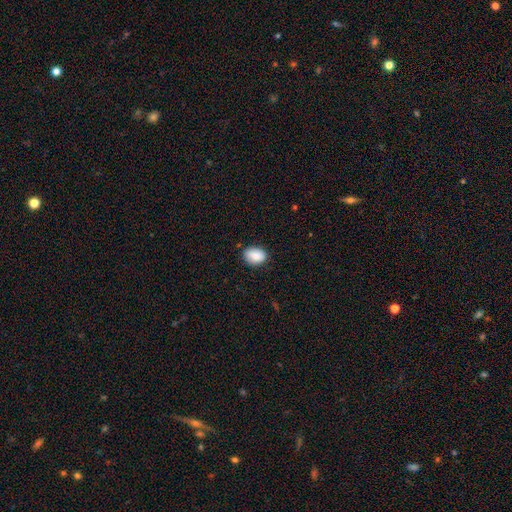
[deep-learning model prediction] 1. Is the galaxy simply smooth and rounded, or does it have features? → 86% smooth, 7% star or artifact, 6% featured or disk.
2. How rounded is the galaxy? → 76% in between, 23% round, 1% cigar-shaped.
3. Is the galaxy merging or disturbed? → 79% none, 17% minor disturbance, 3% major disturbance, 1% merger.